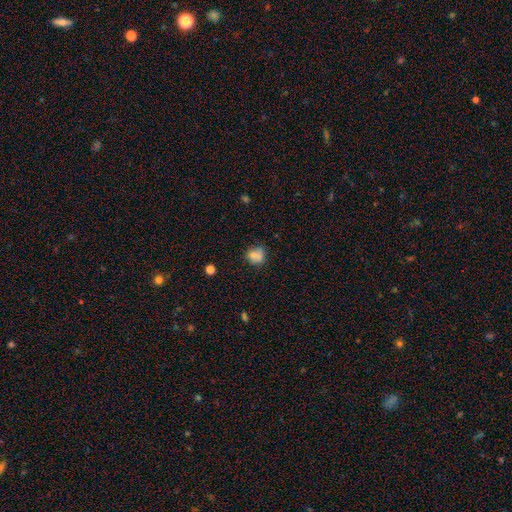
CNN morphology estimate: smooth-or-featured: smooth: 75% | featured or disk: 13% | star or artifact: 11%
  how-rounded: round: 66% | in between: 32% | cigar-shaped: 1%
  merging: none: 49% | minor disturbance: 25% | merger: 17% | major disturbance: 9%